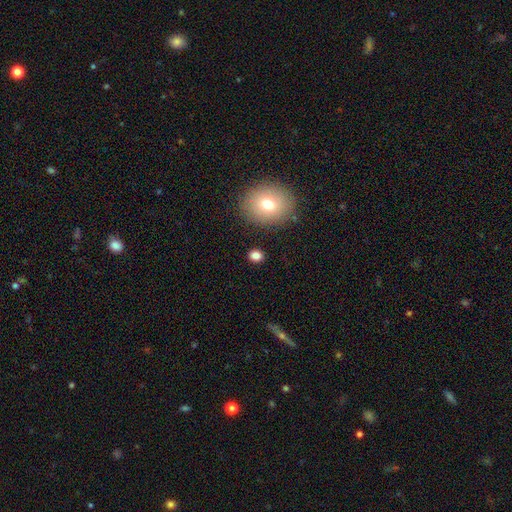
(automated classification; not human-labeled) Smooth or featured: smooth — 81% (star or artifact — 13%)
How rounded: round — 60% (in between — 38%)
Merging: none — 86% (minor disturbance — 8%)